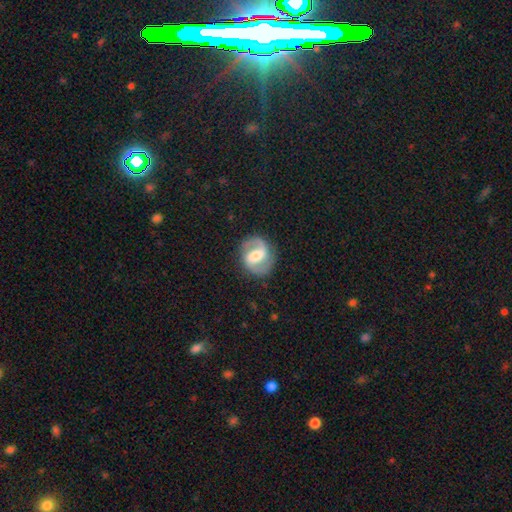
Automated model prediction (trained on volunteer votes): This is clearly a featured or disk galaxy (80%). It is clearly not viewed edge-on (97%). Bar: marginally strong (45%). Spiral arm pattern: clearly yes (92%). Spiral arm count: clearly 2 (91%). Spiral winding: possibly medium (53%). Central bulge: possibly moderate (50%). Merging: clearly none (84%).